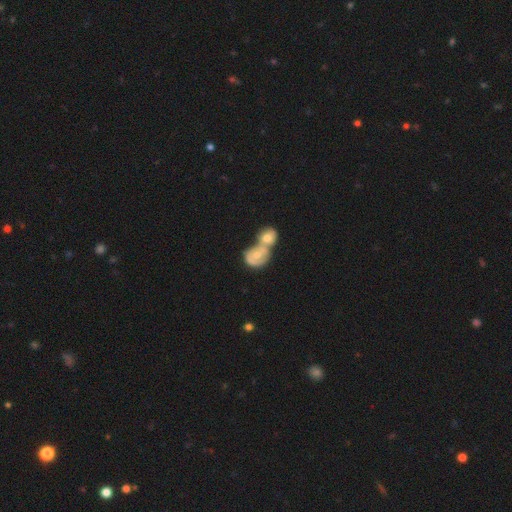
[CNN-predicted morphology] featured or disk 51%, smooth 42%, star or artifact 7%. Down the decision tree: edge-on disk — no (96%); merging — merger (77%).